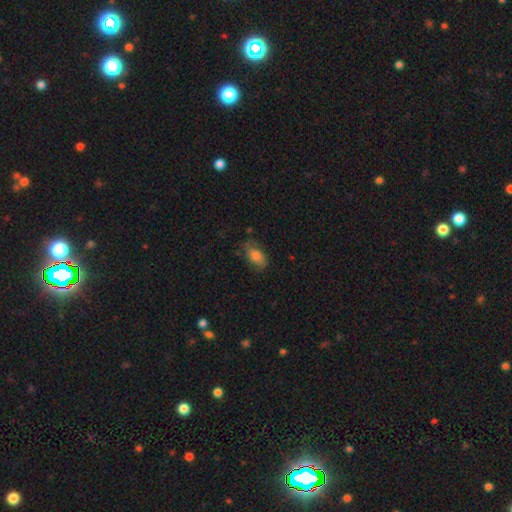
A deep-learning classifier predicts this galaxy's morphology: This appears to be a smooth galaxy with no disk features (79%) that is in between round and cigar-shaped (90%). Merging: none (67%).